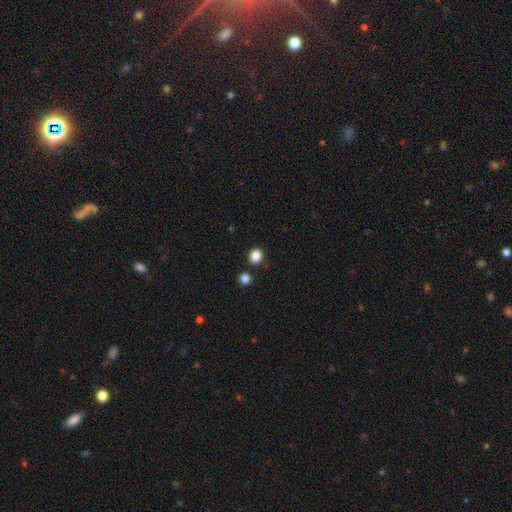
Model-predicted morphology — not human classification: Smooth or featured: smooth — 86% (star or artifact — 11%)
How rounded: round — 64% (in between — 35%)
Merging: none — 83% (minor disturbance — 8%)